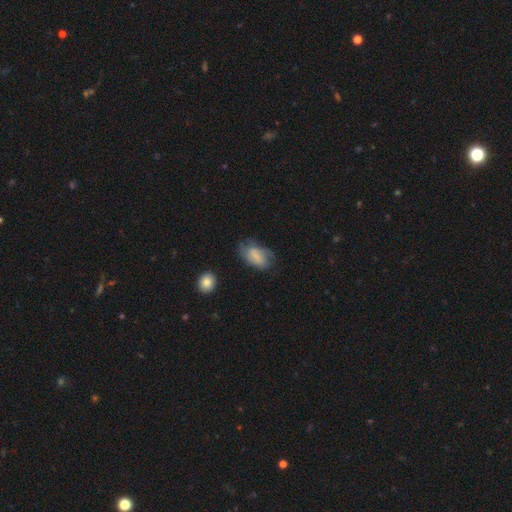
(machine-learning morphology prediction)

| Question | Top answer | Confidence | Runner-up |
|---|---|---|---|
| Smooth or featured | smooth | 61% | featured or disk (31%) |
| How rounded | in between | 90% | round (7%) |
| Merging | none | 52% | minor disturbance (29%) |